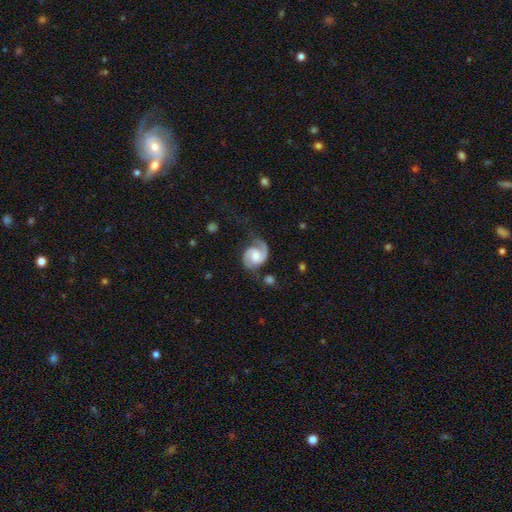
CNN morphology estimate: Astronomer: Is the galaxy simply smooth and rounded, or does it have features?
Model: featured or disk — 87%.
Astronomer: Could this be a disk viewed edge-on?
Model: no — 98%.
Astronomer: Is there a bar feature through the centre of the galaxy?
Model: no — 55% (runner-up: weak, 37%).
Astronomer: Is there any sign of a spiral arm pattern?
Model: yes — 98%.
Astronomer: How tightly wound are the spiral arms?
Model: medium — 50% (runner-up: tight, 32%).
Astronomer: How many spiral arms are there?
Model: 2 — 84%.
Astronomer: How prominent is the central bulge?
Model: moderate — 53%.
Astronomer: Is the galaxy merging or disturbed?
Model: none — 62%.